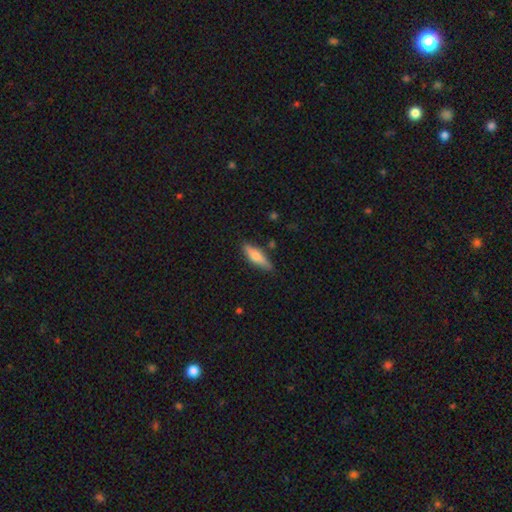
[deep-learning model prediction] Morphology: type=smooth (65%); roundness=cigar-shaped (61%); merging=none (81%).